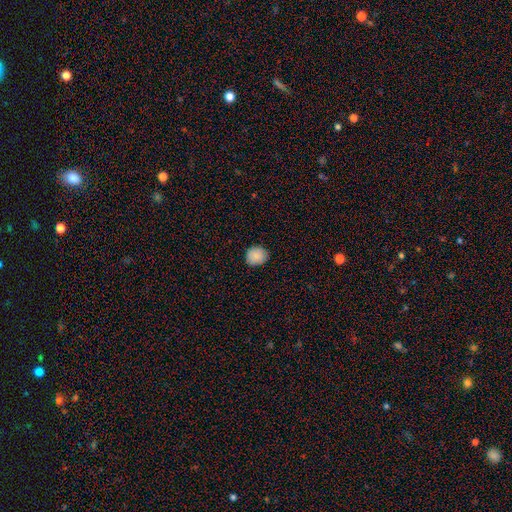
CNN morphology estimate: Smooth or featured?
  - smooth: 87% *
  - star or artifact: 8%
  - featured or disk: 4%
How rounded?
  - round: 82% *
  - in between: 17%
  - cigar-shaped: 1%
Merging?
  - none: 88% *
  - minor disturbance: 9%
  - major disturbance: 2%
  - merger: 1%